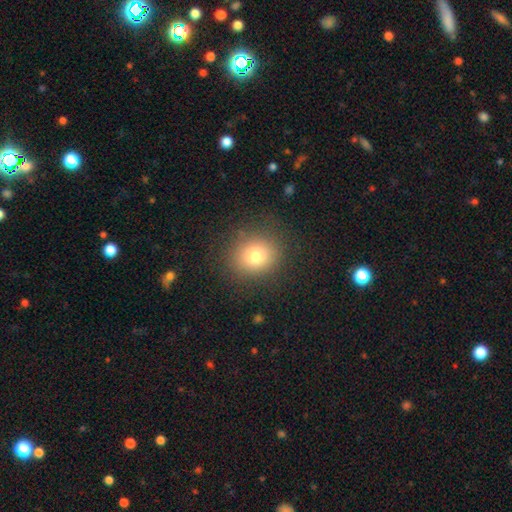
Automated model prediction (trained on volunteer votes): The model was most divided on "how rounded": round: 77%, in between: 22%, cigar-shaped: 1%. More confident: merging — none (87%); smooth or featured — smooth (77%).